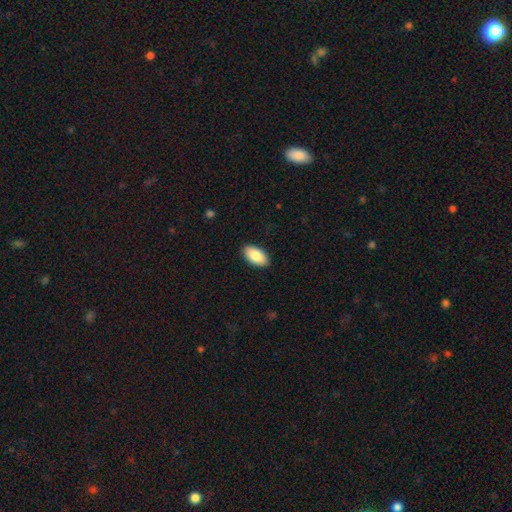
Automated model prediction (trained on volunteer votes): Smooth or featured? Predicted: smooth (p=0.86). How rounded? Predicted: in between (p=0.95). Merging? Predicted: none (p=0.89).